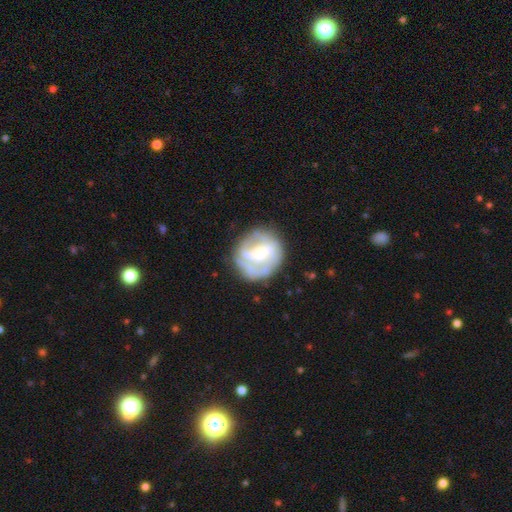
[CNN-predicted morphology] smooth-or-featured: featured or disk: 69% | smooth: 24% | star or artifact: 7%
  disk-edge-on: no: 97% | yes: 3%
    bar: weak: 42% | strong: 32% | no: 26%
    has-spiral-arms: yes: 70% | no: 30%
    bulge-size: moderate: 45% | small: 40% | large: 7% | none: 6% | dominant: 1%
  merging: none: 69% | minor disturbance: 19% | major disturbance: 10% | merger: 2%